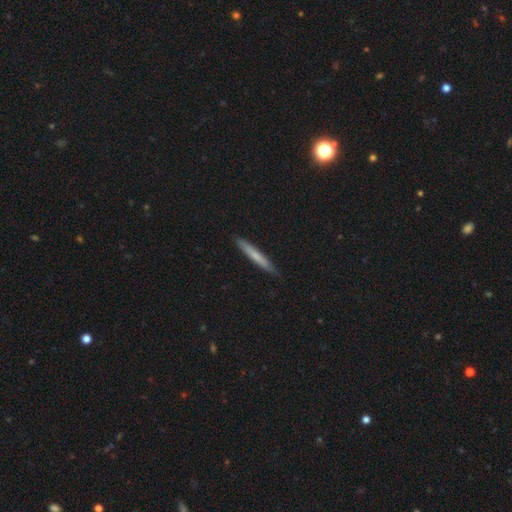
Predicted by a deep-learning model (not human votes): Morphology: type=smooth (65%); roundness=cigar-shaped (96%); merging=none (90%).